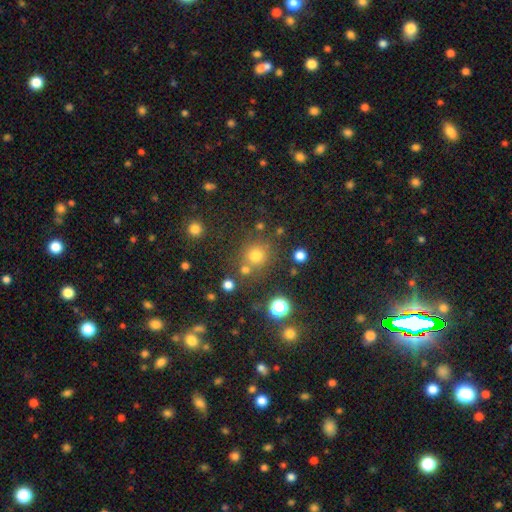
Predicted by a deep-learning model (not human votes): A smooth galaxy with no disk features (72%) that is round (91%).

Vote fractions:
- Smooth or featured? smooth: 72% / star or artifact: 21% / featured or disk: 7%
- How rounded? round: 91% / in between: 8% / cigar-shaped: 1%
- Merging? none: 75% / merger: 12% / minor disturbance: 9% / major disturbance: 4%